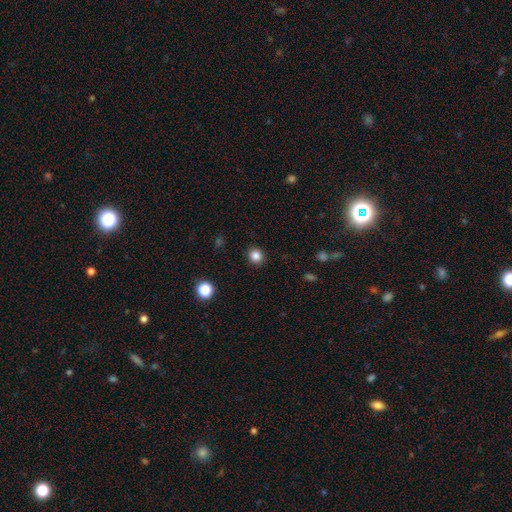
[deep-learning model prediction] Overall: smooth (84%). How rounded: round (80%). Merging: none (91%).